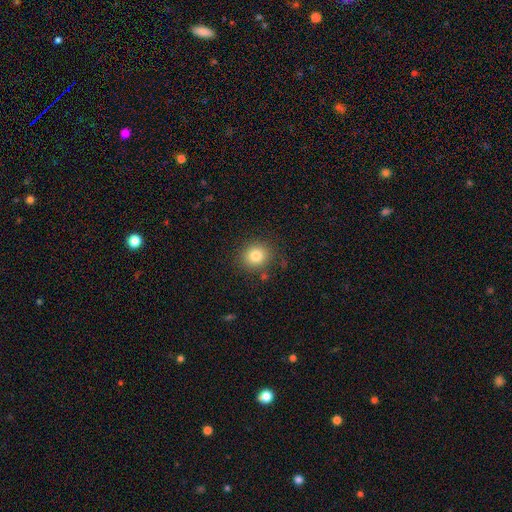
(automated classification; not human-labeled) Q: Smooth or featured?
A: smooth (82%); runner-up: star or artifact (11%)
Q: How rounded?
A: round (77%); runner-up: in between (23%)
Q: Merging?
A: none (84%); runner-up: minor disturbance (10%)